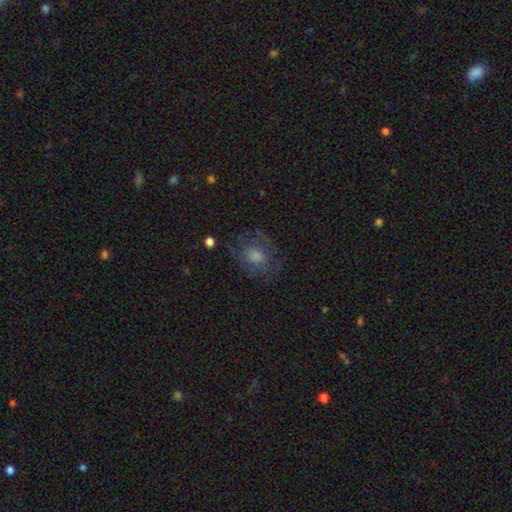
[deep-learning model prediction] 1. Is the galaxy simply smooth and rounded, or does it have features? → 45% smooth, 38% featured or disk, 16% star or artifact.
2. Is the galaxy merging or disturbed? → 69% none, 17% minor disturbance, 12% major disturbance, 1% merger.